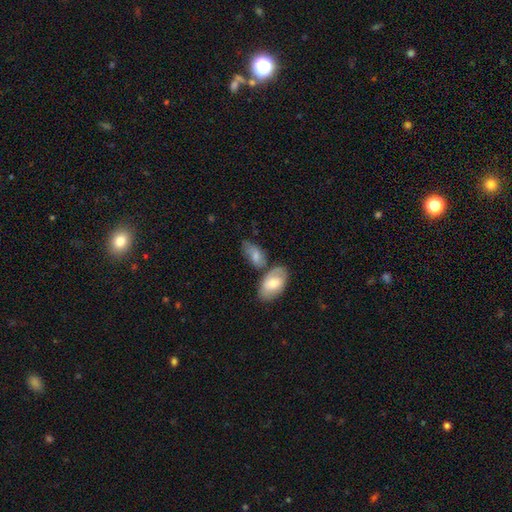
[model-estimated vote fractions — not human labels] smooth 69%, featured or disk 24%, star or artifact 6%. Down the decision tree: how rounded — in between (91%); merging — none (43%).